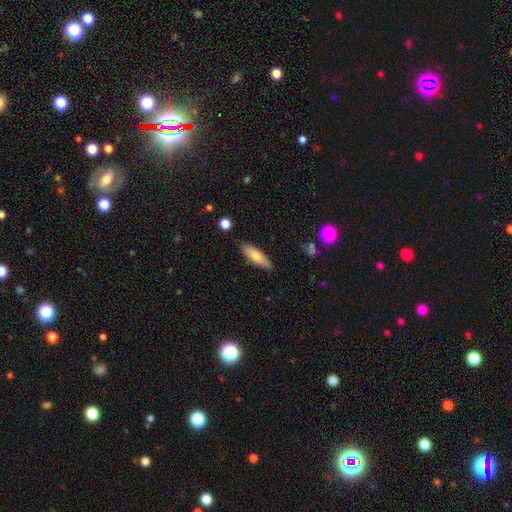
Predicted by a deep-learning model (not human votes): This is likely a smooth galaxy (71%). How rounded: possibly cigar-shaped (52%). Merging: clearly none (86%).